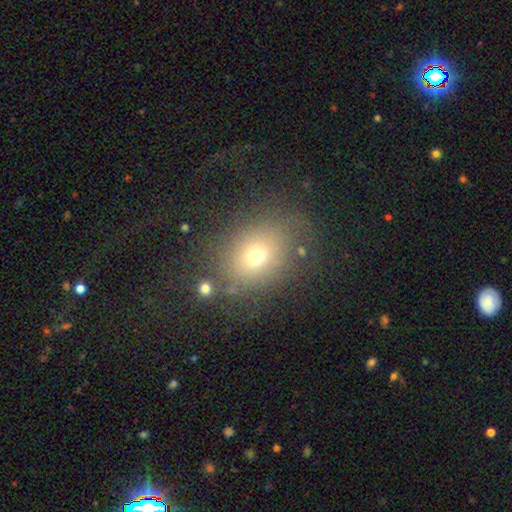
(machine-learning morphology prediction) This appears to be a smooth galaxy with no disk features (66%) that is round (56%). Merging: none (73%).